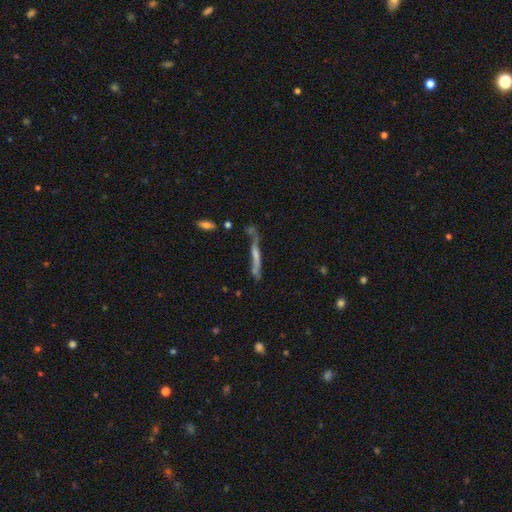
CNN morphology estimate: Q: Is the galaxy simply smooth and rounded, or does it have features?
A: featured or disk — 54%.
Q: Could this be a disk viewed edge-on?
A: yes — 82%.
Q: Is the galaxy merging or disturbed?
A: none — 50%.